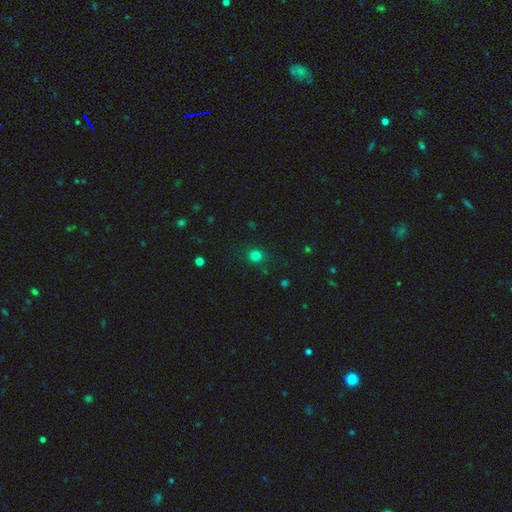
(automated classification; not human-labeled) This appears to be a smooth galaxy with no disk features (78%) that is round (82%). Merging: none (86%).